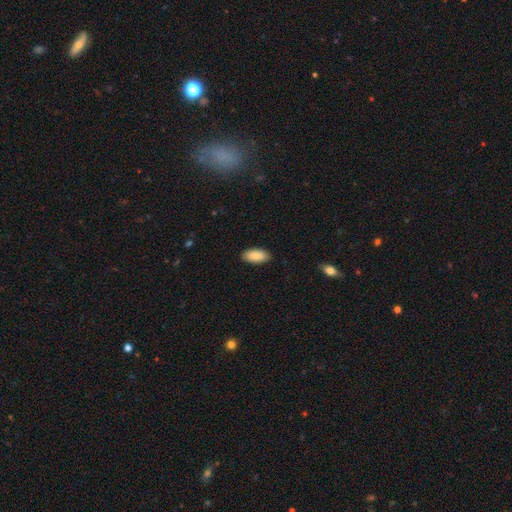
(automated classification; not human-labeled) Morphology: type=smooth (89%); roundness=in between (92%); merging=none (89%).